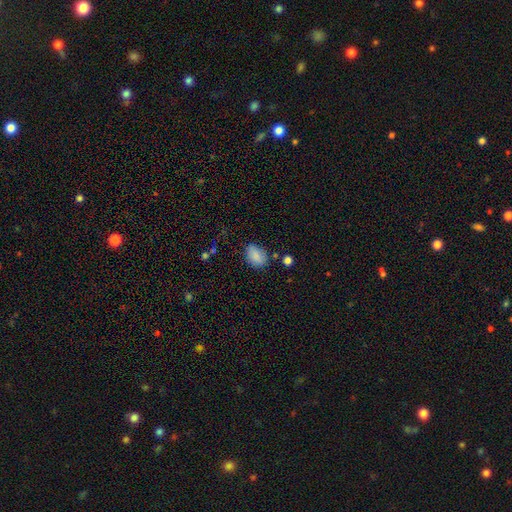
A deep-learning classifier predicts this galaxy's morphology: Smooth or featured? smooth (84%)
How rounded? in between (79%)
Merging? none (71%)